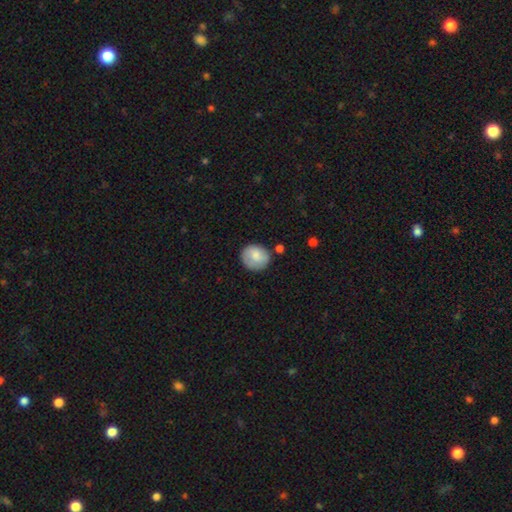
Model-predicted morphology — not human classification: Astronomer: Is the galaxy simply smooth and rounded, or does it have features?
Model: smooth — 71%.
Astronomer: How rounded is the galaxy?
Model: round — 78%.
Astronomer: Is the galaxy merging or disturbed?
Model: none — 72%.